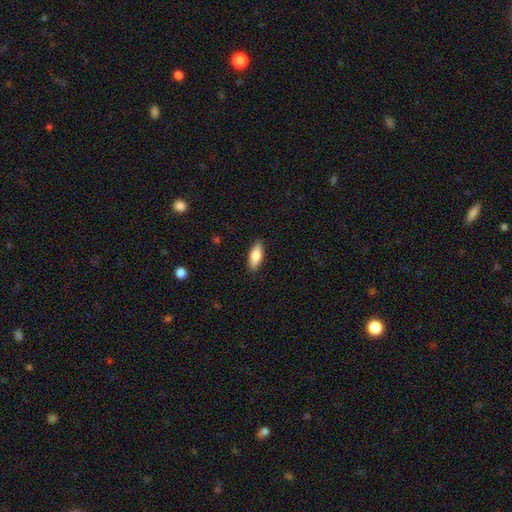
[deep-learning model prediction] Smooth or featured: smooth — 81% (featured or disk — 13%)
How rounded: in between — 74% (cigar-shaped — 24%)
Merging: none — 89% (minor disturbance — 8%)